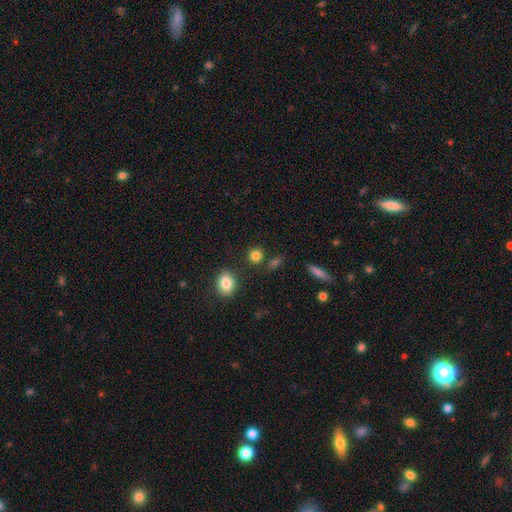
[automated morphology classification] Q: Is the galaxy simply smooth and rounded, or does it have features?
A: smooth — 84%.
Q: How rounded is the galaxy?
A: round — 86%.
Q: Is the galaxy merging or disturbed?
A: none — 83%.